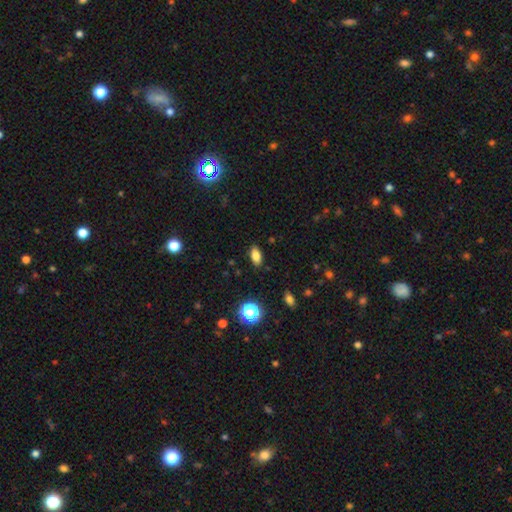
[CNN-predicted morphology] A smooth galaxy with no disk features (82%) that is in between round and cigar-shaped (87%).

Vote fractions:
- Smooth or featured? smooth: 82% / star or artifact: 12% / featured or disk: 6%
- How rounded? in between: 87% / round: 7% / cigar-shaped: 6%
- Merging? none: 87% / minor disturbance: 9% / major disturbance: 2% / merger: 1%